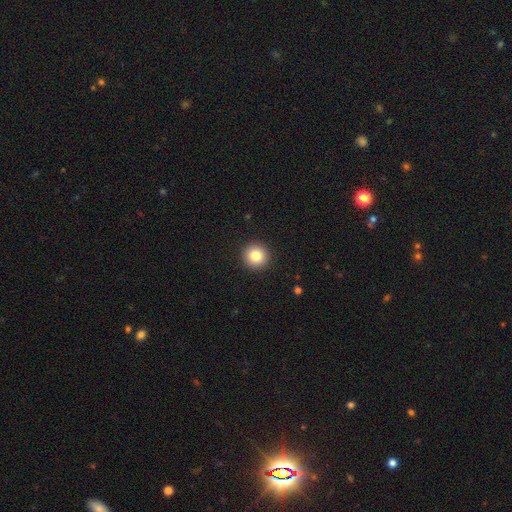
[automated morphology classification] smooth 84%, star or artifact 10%, featured or disk 6%. Down the decision tree: how rounded — round (95%); merging — none (93%).